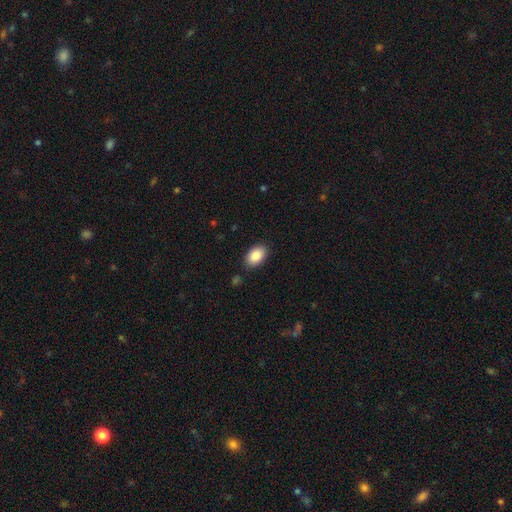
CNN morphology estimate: This is clearly a smooth galaxy (89%). How rounded: clearly in between (91%). Merging: clearly none (86%).